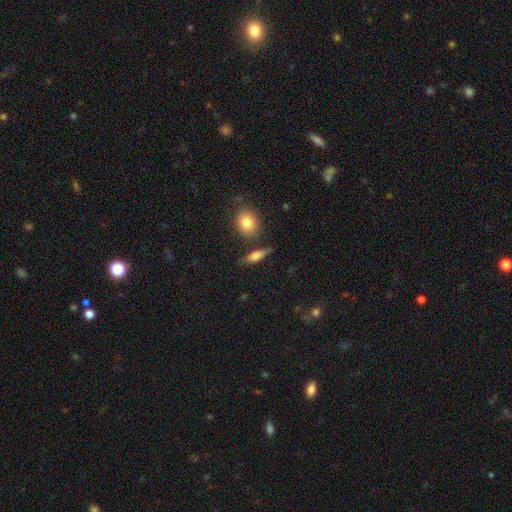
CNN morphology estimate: Smooth or featured? smooth (65%)
How rounded? in between (53%)
Merging? none (72%)